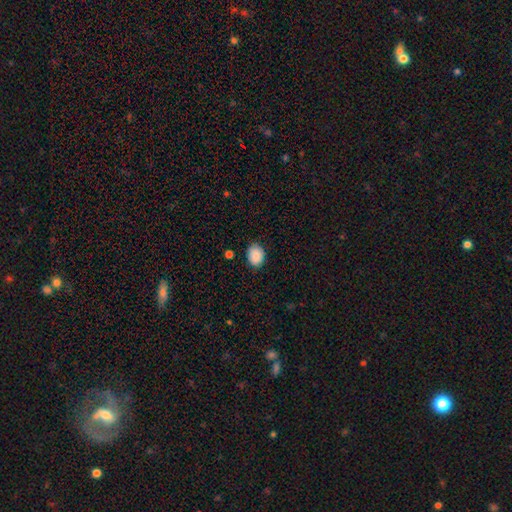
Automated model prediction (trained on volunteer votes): Morphology: type=smooth (89%); roundness=in between (58%); merging=none (80%).